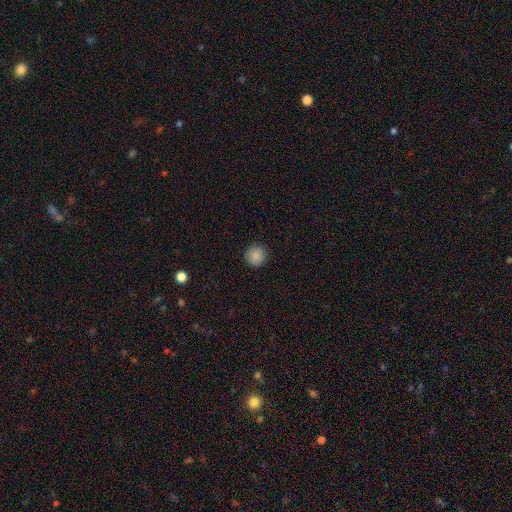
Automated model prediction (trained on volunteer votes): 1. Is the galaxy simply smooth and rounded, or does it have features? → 88% smooth, 9% star or artifact, 3% featured or disk.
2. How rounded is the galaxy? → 94% round, 5% in between, 1% cigar-shaped.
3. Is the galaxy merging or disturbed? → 91% none, 6% minor disturbance, 2% major disturbance, 1% merger.